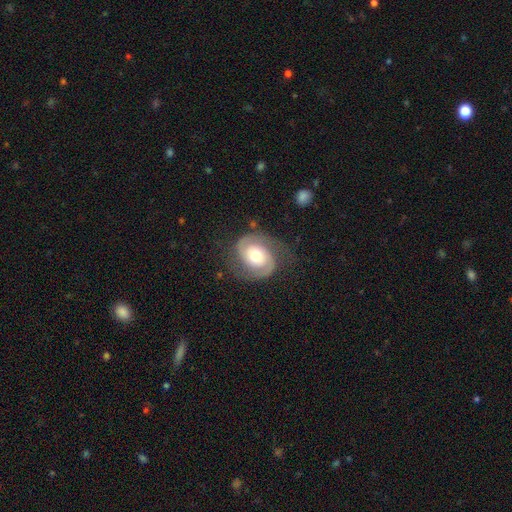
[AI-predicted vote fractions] Smooth or featured?
  - featured or disk: 85% *
  - smooth: 9%
  - star or artifact: 5%
Edge-on disk?
  - no: 98% *
  - yes: 2%
Bar?
  - no: 70% *
  - weak: 23%
  - strong: 7%
Spiral arms?
  - yes: 96% *
  - no: 4%
Spiral winding?
  - tight: 44% *
  - medium: 43%
  - loose: 13%
Spiral arm count?
  - 2: 91% *
  - can't tell: 3%
  - 1: 2%
  - 3: 1%
  - 4: 1%
  - more than 4: 1%
Bulge size?
  - moderate: 70% *
  - small: 15%
  - large: 12%
  - dominant: 2%
  - none: 1%
Merging?
  - none: 75% *
  - minor disturbance: 16%
  - major disturbance: 8%
  - merger: 1%